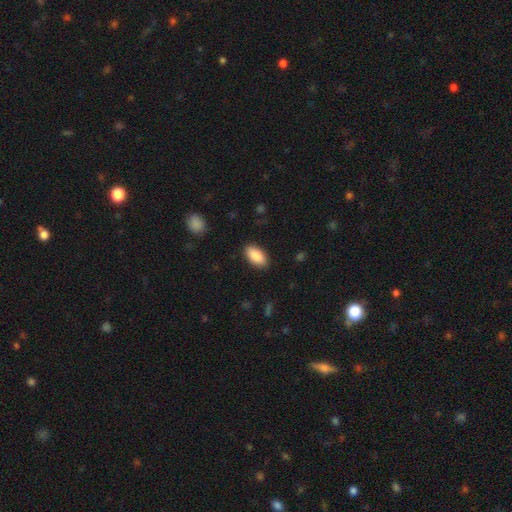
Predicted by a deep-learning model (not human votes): This is clearly a smooth galaxy (89%). How rounded: clearly in between (94%). Merging: clearly none (88%).